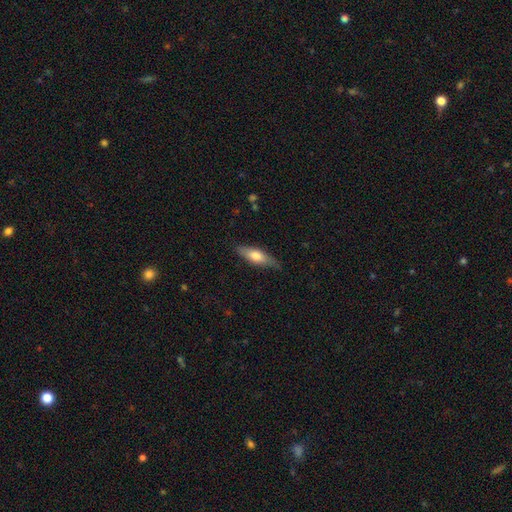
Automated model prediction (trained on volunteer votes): smooth 63%, featured or disk 31%, star or artifact 6%. Down the decision tree: how rounded — in between (50%); merging — none (77%).